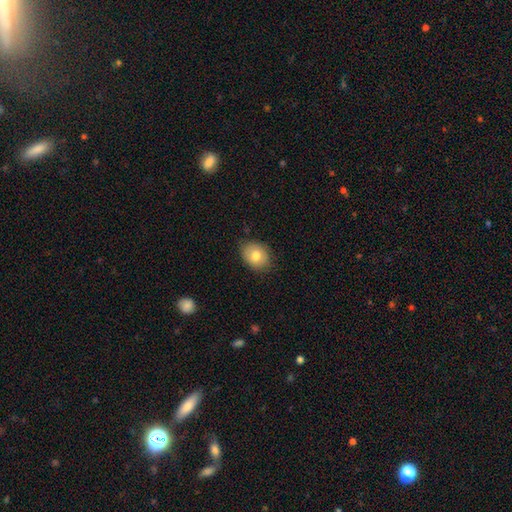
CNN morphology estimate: A smooth galaxy with no disk features (79%) that is in between round and cigar-shaped (53%).

Vote fractions:
- Smooth or featured? smooth: 79% / featured or disk: 13% / star or artifact: 8%
- How rounded? in between: 53% / round: 46% / cigar-shaped: 1%
- Merging? none: 82% / minor disturbance: 15% / major disturbance: 3% / merger: 1%